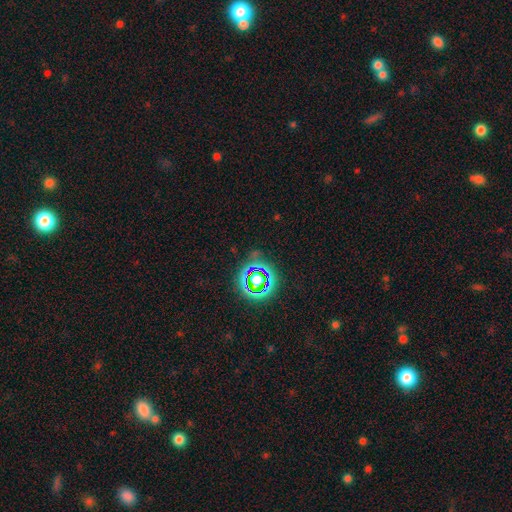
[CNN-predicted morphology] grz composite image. It shows a star or artifact, not a galaxy (70%).